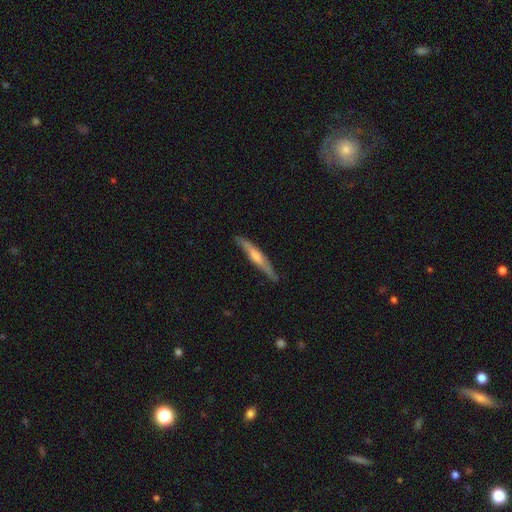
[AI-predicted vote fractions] Overall: featured or disk (66%; smooth 28%). Edge-on disk: yes (95%). Edge-on bulge: rounded (77%). Merging: none (86%).